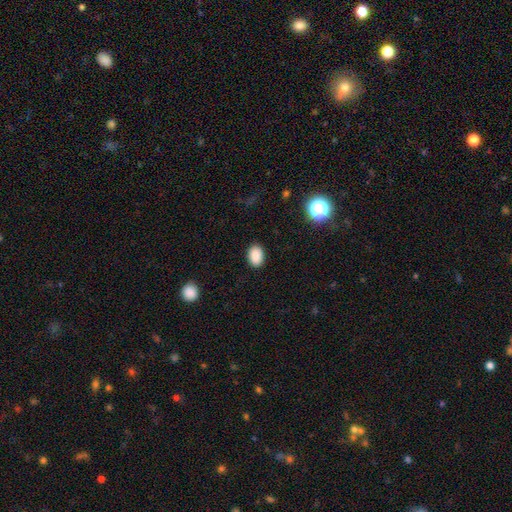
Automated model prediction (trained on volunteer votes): smooth-or-featured: smooth: 88% | star or artifact: 9% | featured or disk: 3%
  how-rounded: in between: 83% | round: 16% | cigar-shaped: 1%
  merging: none: 88% | minor disturbance: 8% | major disturbance: 2% | merger: 1%